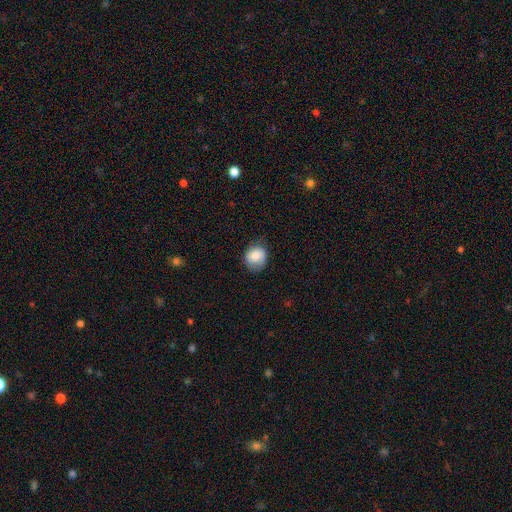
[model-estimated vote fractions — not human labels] Overall: smooth (79%). How rounded: round (70%). Merging: none (69%).